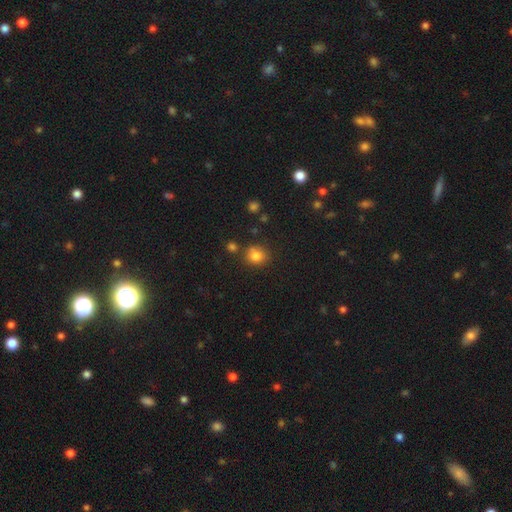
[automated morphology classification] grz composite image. It shows a smooth galaxy with no disk features (82%) that is round (80%). Merging: none (75%).